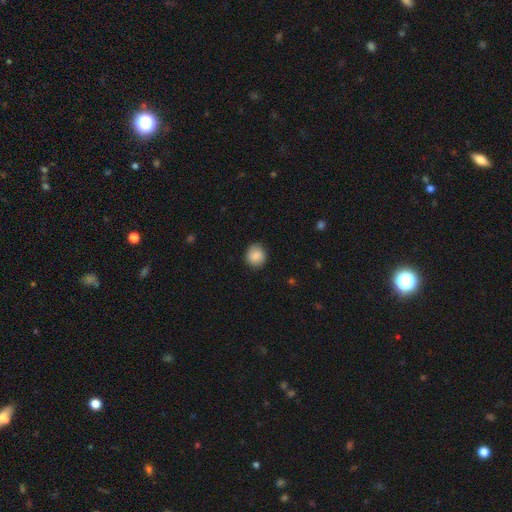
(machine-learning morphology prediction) smooth_or_featured: smooth (p=0.84) [alt: featured or disk p=0.08]
how_rounded: round (p=0.86) [alt: in between p=0.13]
merging: none (p=0.86) [alt: minor disturbance p=0.10]